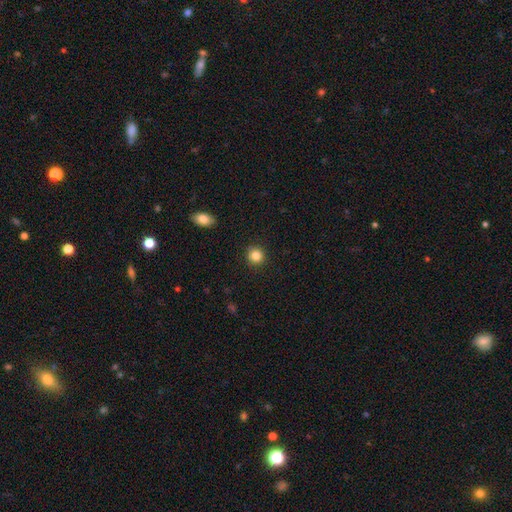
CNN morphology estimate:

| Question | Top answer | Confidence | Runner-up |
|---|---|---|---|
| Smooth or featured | smooth | 85% | star or artifact (10%) |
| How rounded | round | 91% | in between (9%) |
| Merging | none | 91% | minor disturbance (6%) |